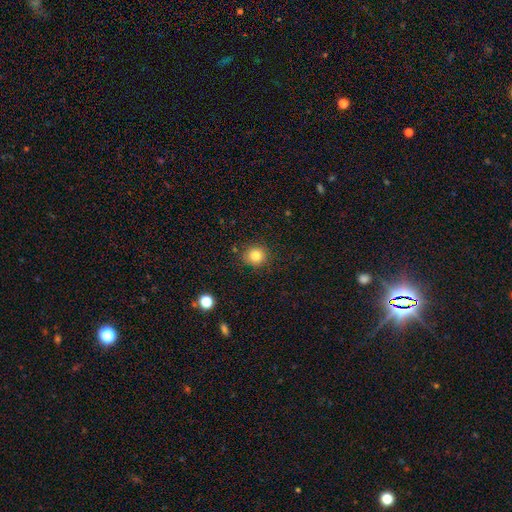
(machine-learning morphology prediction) A smooth galaxy with no disk features (82%) that is round (87%). Merging: none (86%).